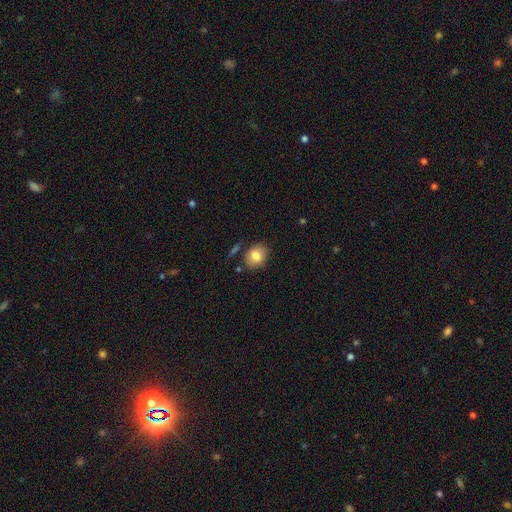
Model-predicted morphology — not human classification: The model was most divided on "how rounded": round: 52%, in between: 47%, cigar-shaped: 1%. More confident: smooth or featured — smooth (81%); merging — none (79%).